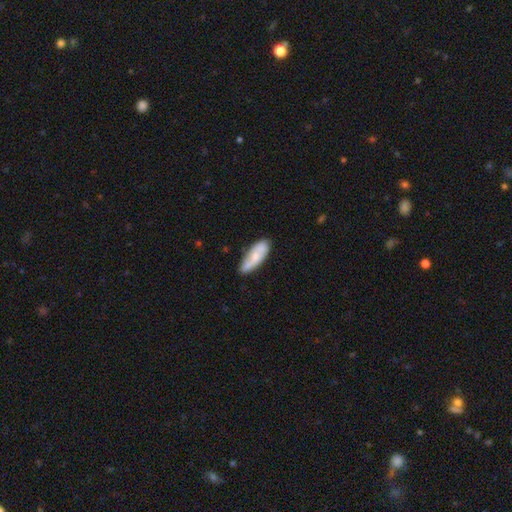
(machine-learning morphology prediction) This is likely a smooth galaxy (65%). How rounded: likely in between (64%). Merging: likely none (71%).